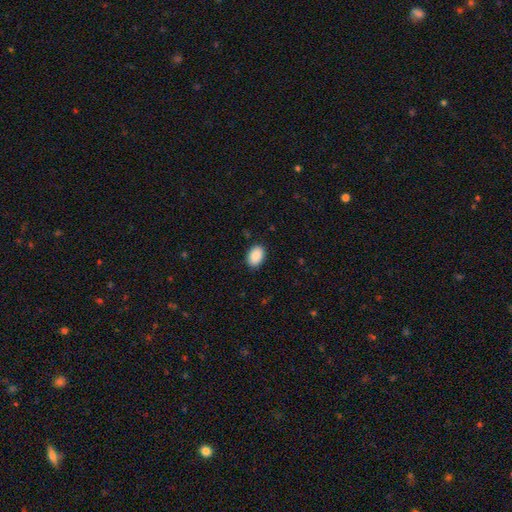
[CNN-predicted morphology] A smooth galaxy with no disk features (91%) that is in between round and cigar-shaped (86%).

Vote fractions:
- Smooth or featured? smooth: 91% / star or artifact: 7% / featured or disk: 3%
- How rounded? in between: 86% / round: 13% / cigar-shaped: 1%
- Merging? none: 89% / minor disturbance: 8% / major disturbance: 2% / merger: 1%